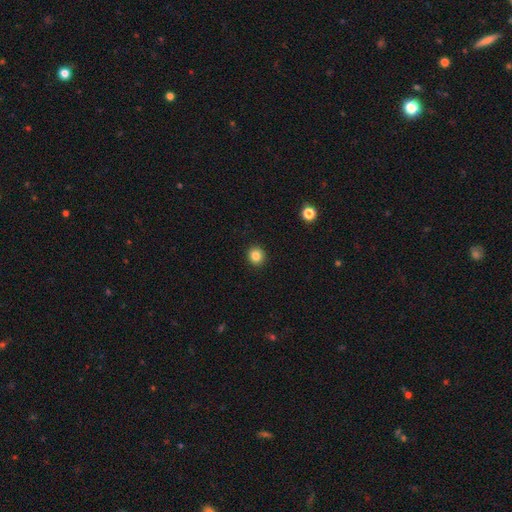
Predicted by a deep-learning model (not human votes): Smooth or featured? Predicted: smooth (p=0.83). How rounded? Predicted: round (p=0.89). Merging? Predicted: none (p=0.93).